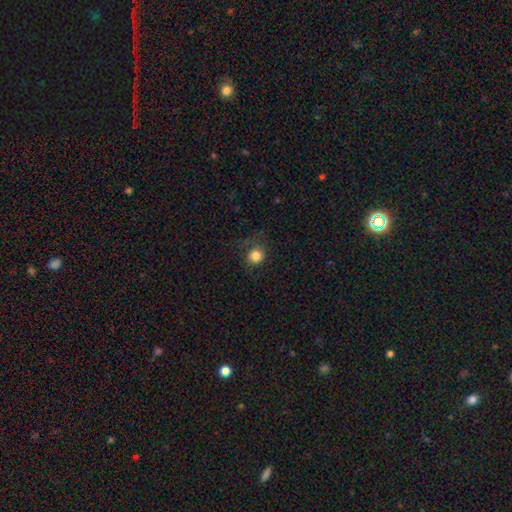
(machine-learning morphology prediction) smooth-or-featured: smooth: 82% | star or artifact: 11% | featured or disk: 6%
  how-rounded: round: 89% | in between: 10% | cigar-shaped: 1%
  merging: none: 73% | minor disturbance: 16% | major disturbance: 10% | merger: 1%